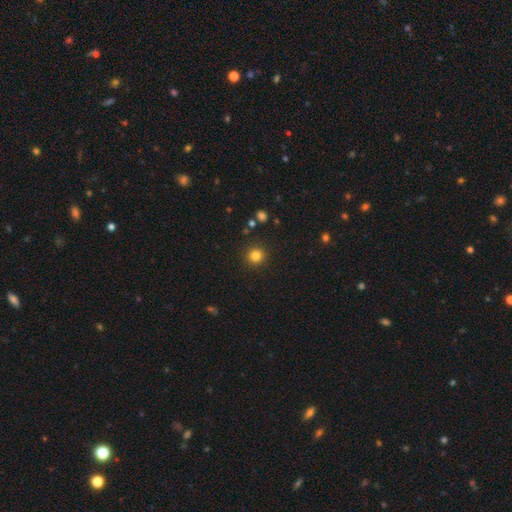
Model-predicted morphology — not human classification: Smooth or featured?
  - smooth: 83% *
  - star or artifact: 12%
  - featured or disk: 5%
How rounded?
  - round: 93% *
  - in between: 6%
  - cigar-shaped: 1%
Merging?
  - none: 90% *
  - minor disturbance: 6%
  - major disturbance: 2%
  - merger: 2%